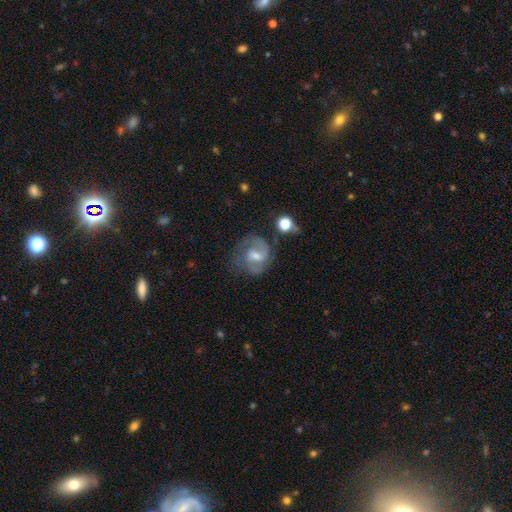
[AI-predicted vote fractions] Morphology: type=featured or disk (75%); edge-on=no (98%); bar=weak (57%); spiral arms=yes (91%); winding=medium (51%); arm count=2 (72%); bulge=moderate (46%); merging=none (61%).